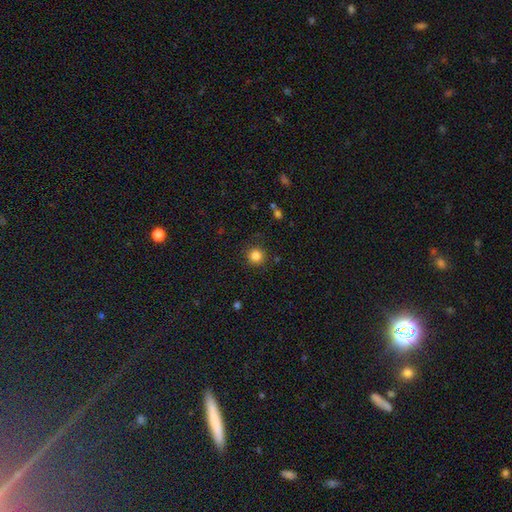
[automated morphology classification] Smooth or featured?
  - smooth: 84% *
  - star or artifact: 11%
  - featured or disk: 4%
How rounded?
  - round: 94% *
  - in between: 5%
  - cigar-shaped: 1%
Merging?
  - none: 89% *
  - minor disturbance: 7%
  - major disturbance: 2%
  - merger: 1%